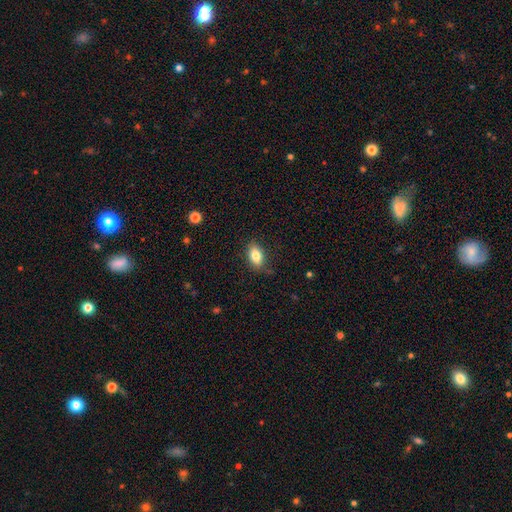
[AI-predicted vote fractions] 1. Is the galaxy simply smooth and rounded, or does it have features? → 82% smooth, 10% featured or disk, 8% star or artifact.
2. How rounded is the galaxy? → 87% in between, 8% round, 4% cigar-shaped.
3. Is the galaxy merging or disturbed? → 80% none, 15% minor disturbance, 3% major disturbance, 1% merger.